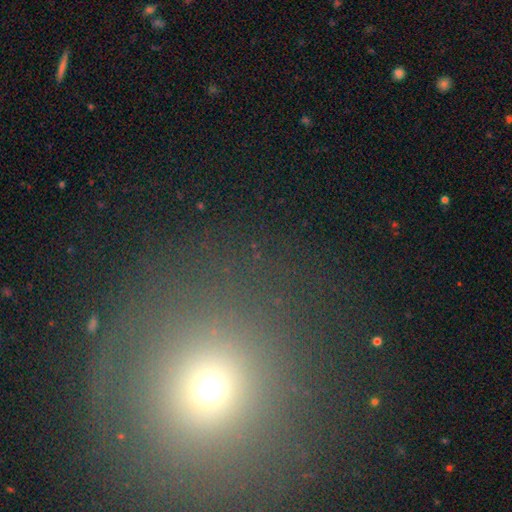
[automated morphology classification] This is possibly a smooth galaxy (55%). How rounded: clearly round (91%). Merging: clearly none (81%).